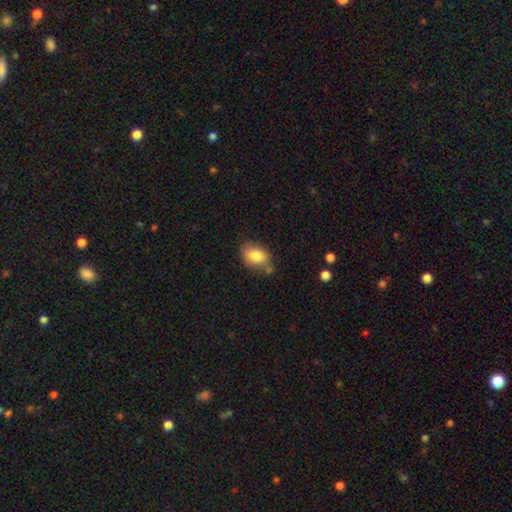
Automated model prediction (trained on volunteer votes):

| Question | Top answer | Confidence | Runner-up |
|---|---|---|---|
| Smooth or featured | smooth | 80% | featured or disk (12%) |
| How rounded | in between | 82% | round (17%) |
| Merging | none | 64% | minor disturbance (22%) |